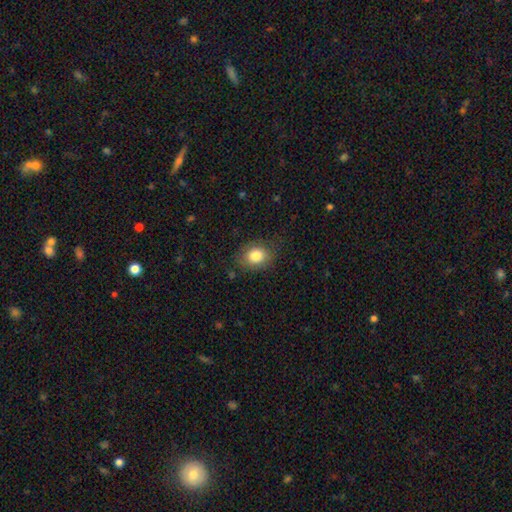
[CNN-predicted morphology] Smooth or featured? smooth (83%)
How rounded? in between (54%)
Merging? none (78%)